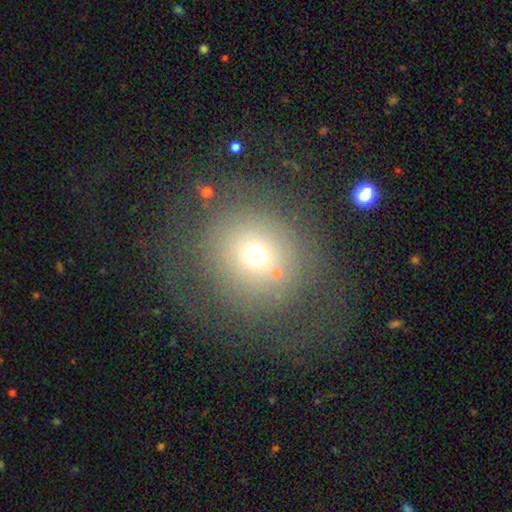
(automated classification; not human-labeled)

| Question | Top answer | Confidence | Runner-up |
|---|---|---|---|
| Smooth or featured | smooth | 58% | featured or disk (24%) |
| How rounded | round | 90% | in between (9%) |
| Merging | none | 52% | major disturbance (30%) |